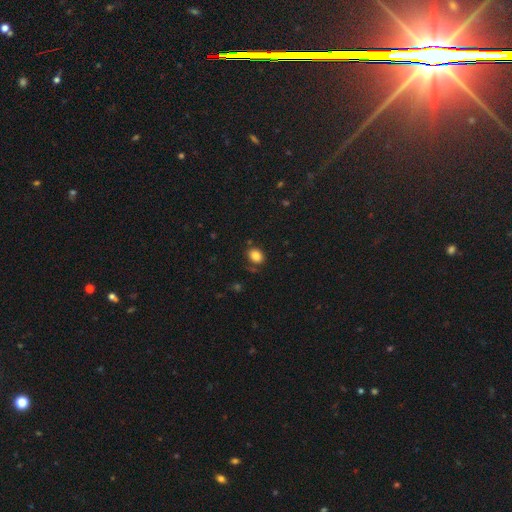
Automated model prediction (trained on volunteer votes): The model was most divided on "how rounded": in between: 57%, round: 42%, cigar-shaped: 1%. More confident: smooth or featured — smooth (84%); merging — none (78%).